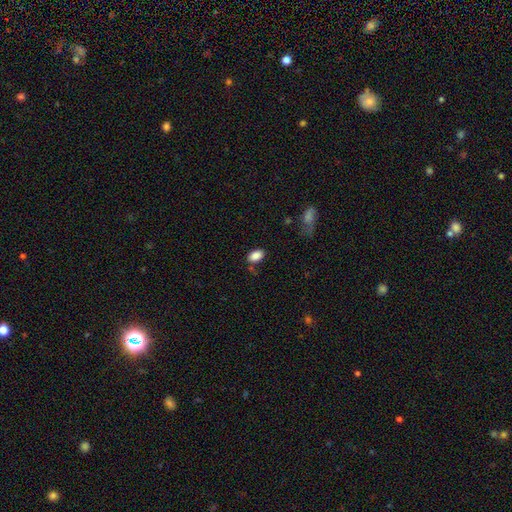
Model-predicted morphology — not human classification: Smooth or featured: smooth — 87% (star or artifact — 8%)
How rounded: in between — 91% (round — 7%)
Merging: none — 78% (minor disturbance — 15%)